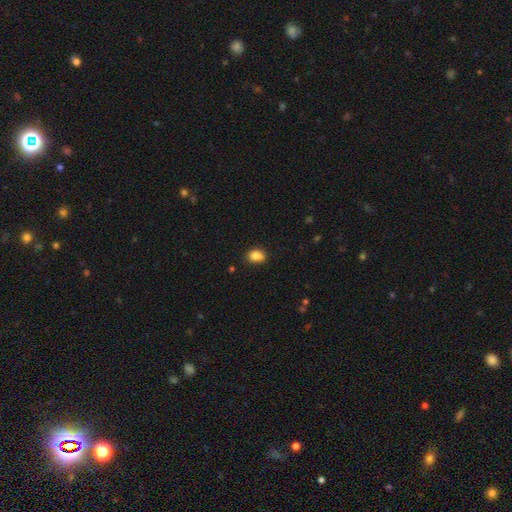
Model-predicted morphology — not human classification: Q: Smooth or featured?
A: smooth (84%); runner-up: star or artifact (10%)
Q: How rounded?
A: in between (62%); runner-up: round (37%)
Q: Merging?
A: none (71%); runner-up: minor disturbance (20%)